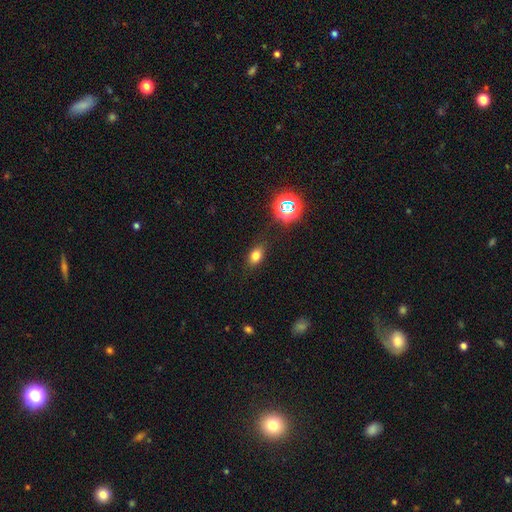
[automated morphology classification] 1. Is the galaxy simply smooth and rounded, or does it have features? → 73% smooth, 18% star or artifact, 9% featured or disk.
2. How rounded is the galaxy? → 79% in between, 17% round, 4% cigar-shaped.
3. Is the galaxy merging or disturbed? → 83% none, 12% minor disturbance, 4% major disturbance, 2% merger.